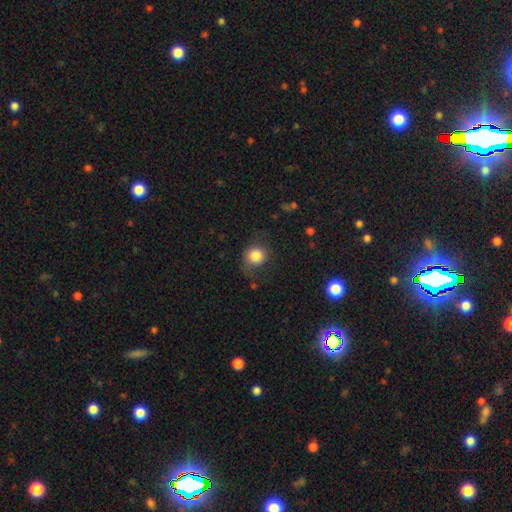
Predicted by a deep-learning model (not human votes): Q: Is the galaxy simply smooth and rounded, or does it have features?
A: smooth — 83%.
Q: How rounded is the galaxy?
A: round — 83%.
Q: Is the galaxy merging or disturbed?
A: none — 67%.